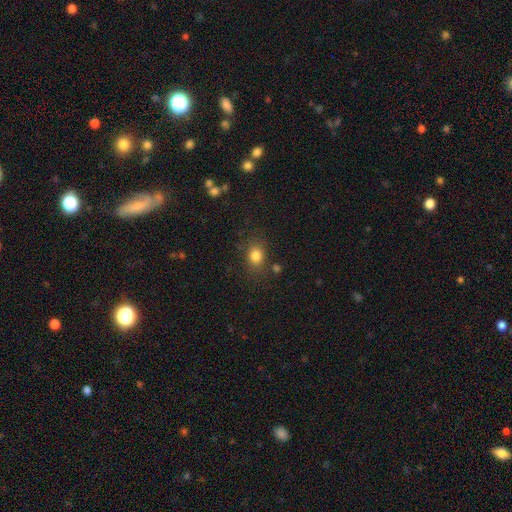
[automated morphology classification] Smooth or featured: smooth — 82% (star or artifact — 12%)
How rounded: round — 52% (in between — 46%)
Merging: none — 76% (minor disturbance — 14%)